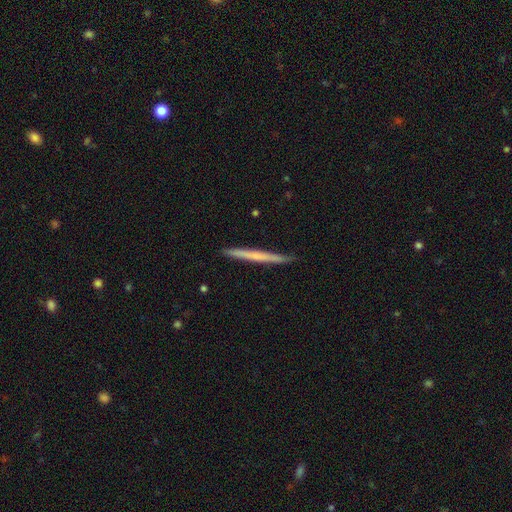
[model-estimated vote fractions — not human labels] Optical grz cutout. It shows a smooth galaxy with no disk features (49%). Merging: none (90%).